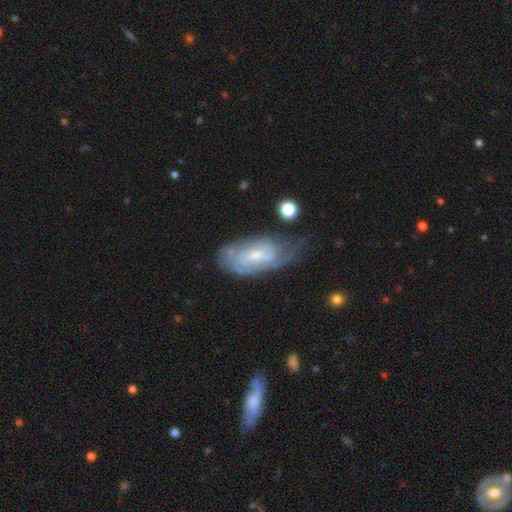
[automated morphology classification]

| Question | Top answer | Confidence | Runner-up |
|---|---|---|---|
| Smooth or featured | featured or disk | 73% | smooth (21%) |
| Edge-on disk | no | 93% | yes (7%) |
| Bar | no | 52% | weak (40%) |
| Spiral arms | yes | 86% | no (14%) |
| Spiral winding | tight | 60% | medium (30%) |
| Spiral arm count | can't tell | 53% | 2 (25%) |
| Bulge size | small | 62% | moderate (32%) |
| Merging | none | 50% | minor disturbance (30%) |